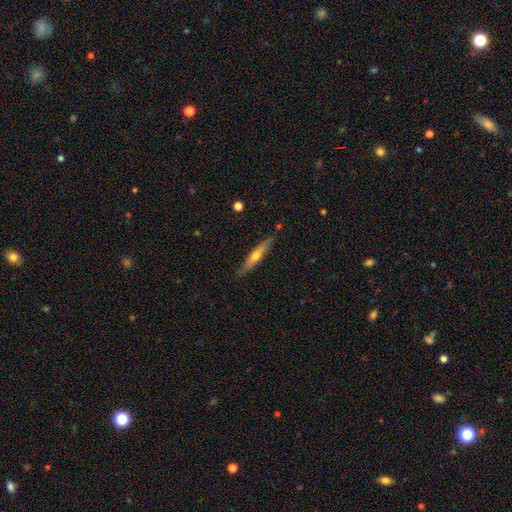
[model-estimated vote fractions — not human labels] Smooth or featured? Predicted: featured or disk (p=0.53). Edge-on disk? Predicted: yes (p=0.92). Merging? Predicted: none (p=0.85).